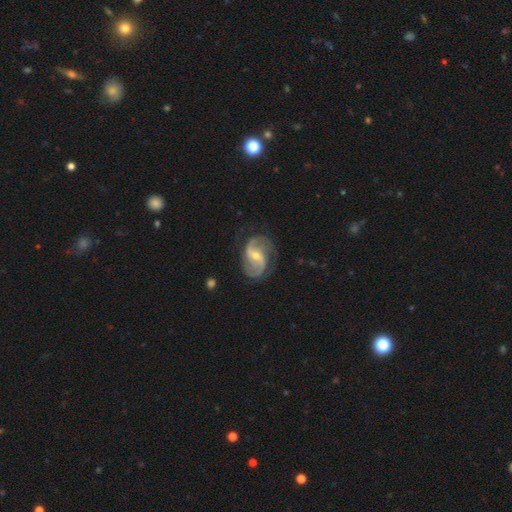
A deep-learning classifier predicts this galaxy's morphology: Smooth or featured? featured or disk (90%)
Edge-on disk? no (98%)
Bar? weak (48%)
Spiral arms? yes (97%)
Spiral winding? medium (49%)
Spiral arm count? 2 (77%)
Bulge size? small (53%)
Merging? none (72%)